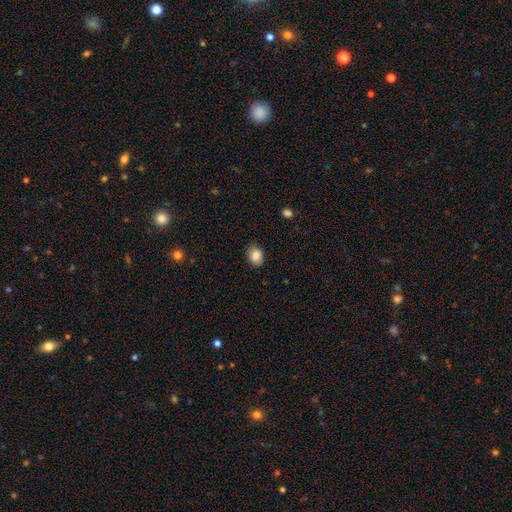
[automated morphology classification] A smooth galaxy with no disk features (84%) that is in between round and cigar-shaped (72%). Merging: none (81%).